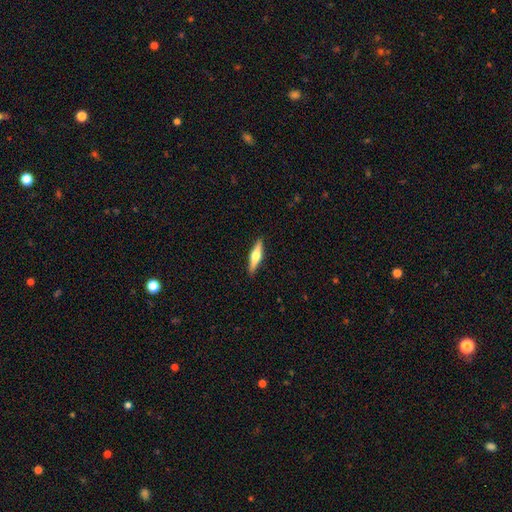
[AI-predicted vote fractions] smooth-or-featured: featured or disk: 55% | smooth: 39% | star or artifact: 6%
  disk-edge-on: yes: 96% | no: 4%
    edge-on-bulge: rounded: 92% | boxy: 5% | none: 3%
  merging: none: 91% | minor disturbance: 7% | major disturbance: 2% | merger: 1%